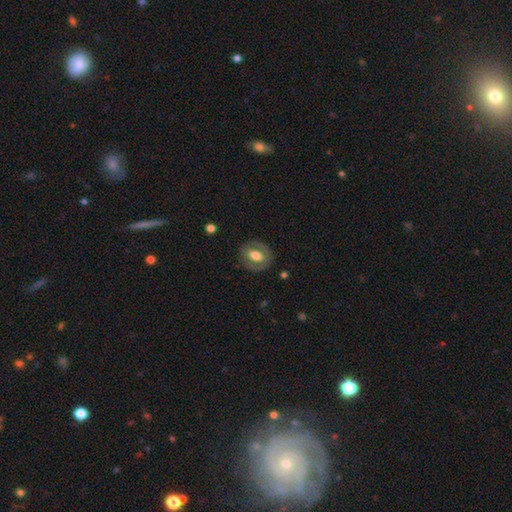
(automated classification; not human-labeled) A smooth galaxy with no disk features (50%). Merging: none (80%).